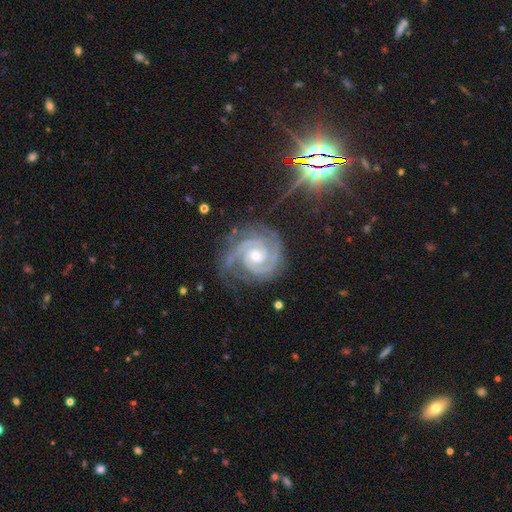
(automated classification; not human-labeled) featured or disk 91%, star or artifact 6%, smooth 3%. Down the decision tree: edge-on disk — no (98%); bar — no (64%); spiral arms — yes (99%); spiral arm count — 2 (56%); spiral winding — tight (74%); bulge size — moderate (59%); merging — none (72%).